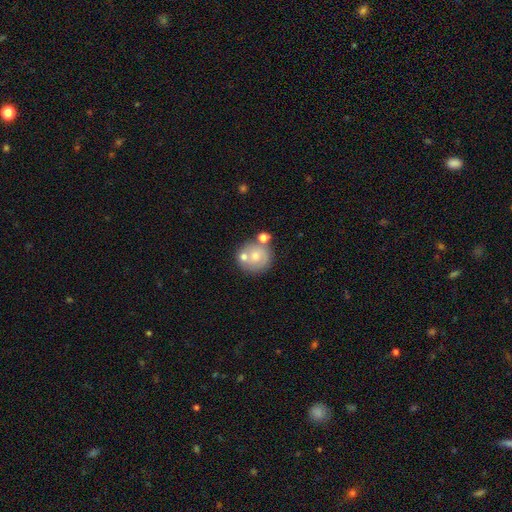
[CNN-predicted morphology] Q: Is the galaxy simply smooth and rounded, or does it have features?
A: smooth — 52%.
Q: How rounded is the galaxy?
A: round — 88%.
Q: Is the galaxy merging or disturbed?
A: none — 54%.